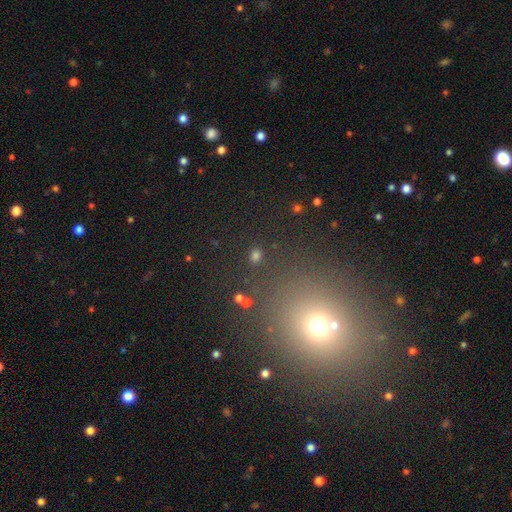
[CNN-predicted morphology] Smooth or featured? smooth (70%)
How rounded? round (69%)
Merging? none (86%)